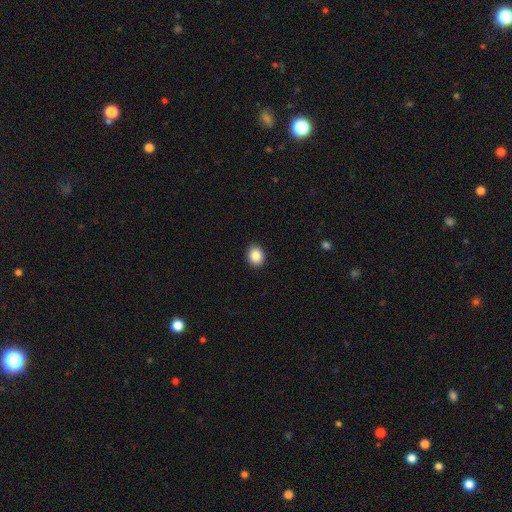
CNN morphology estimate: This appears to be a smooth galaxy with no disk features (87%) that is round (58%). Merging: none (91%).